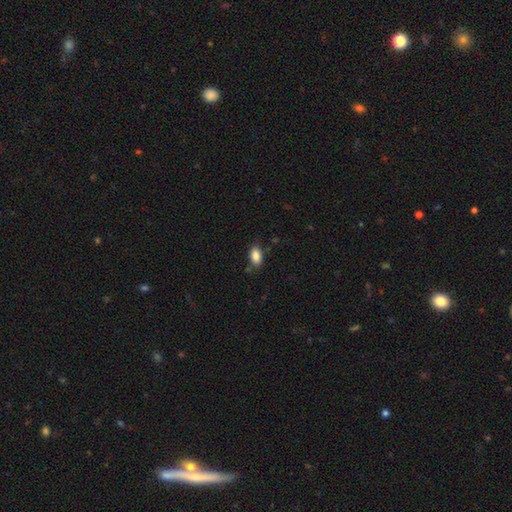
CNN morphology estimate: A smooth galaxy with no disk features (87%) that is in between round and cigar-shaped (90%). Merging: none (78%).